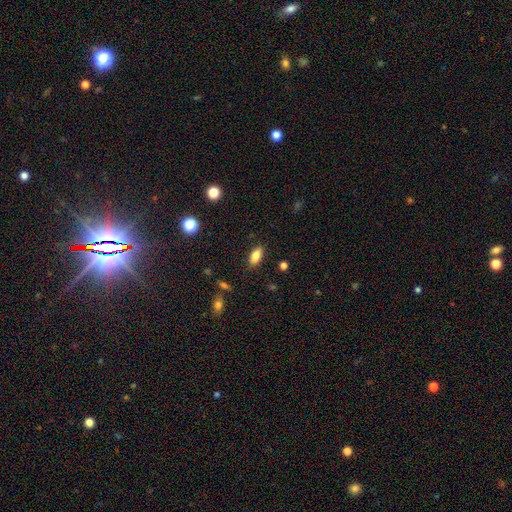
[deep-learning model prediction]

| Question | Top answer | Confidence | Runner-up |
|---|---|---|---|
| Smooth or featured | smooth | 81% | featured or disk (10%) |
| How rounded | in between | 87% | cigar-shaped (9%) |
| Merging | none | 87% | minor disturbance (10%) |